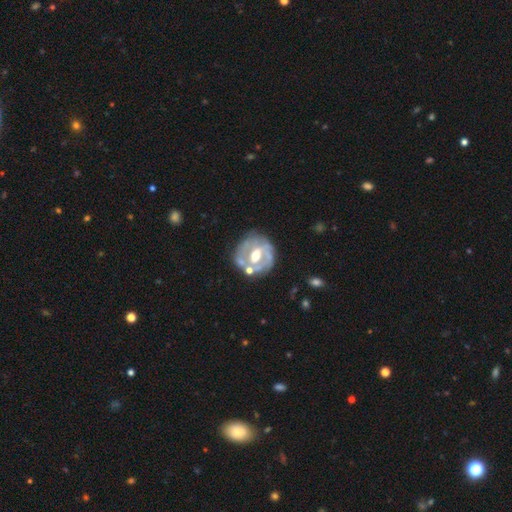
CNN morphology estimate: featured or disk 78%, smooth 16%, star or artifact 5%. Down the decision tree: edge-on disk — no (97%); bar — weak (43%); spiral arms — yes (62%); bulge size — moderate (75%); merging — none (63%).